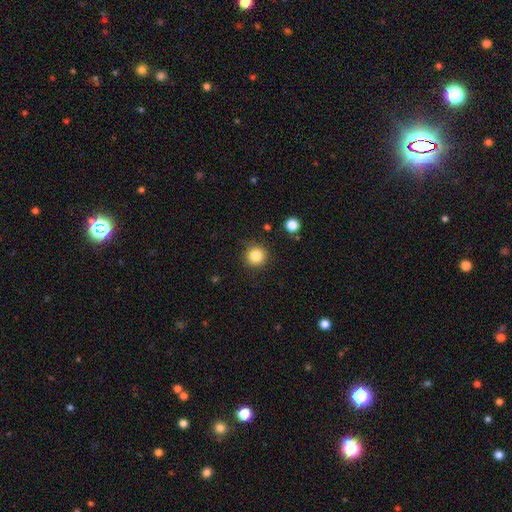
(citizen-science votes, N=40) This is clearly a smooth galaxy (85%). How rounded: clearly round (97%). Merging: clearly none (86%).